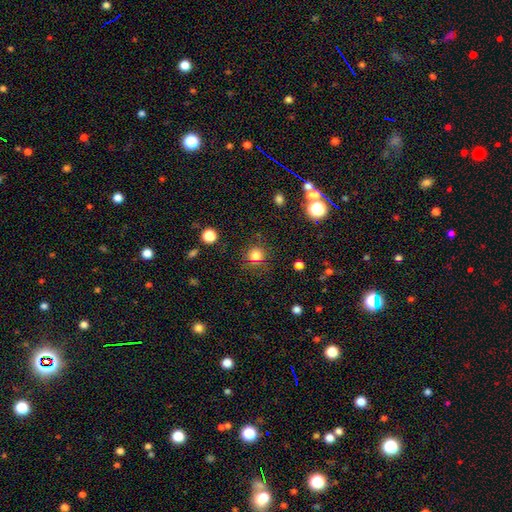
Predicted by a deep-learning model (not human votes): smooth 77%, star or artifact 17%, featured or disk 6%. Down the decision tree: how rounded — round (93%); merging — none (83%).